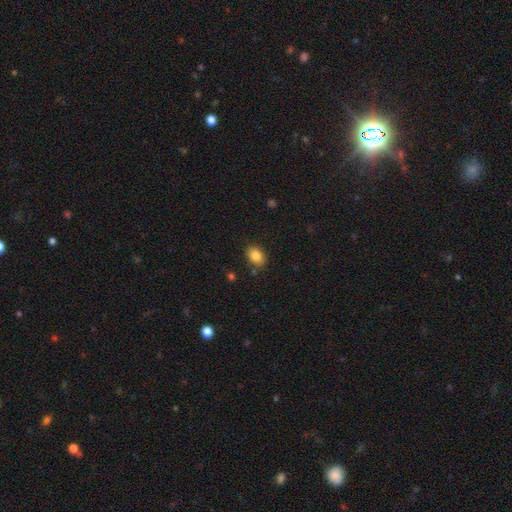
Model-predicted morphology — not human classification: A smooth galaxy with no disk features (85%) that is in between round and cigar-shaped (79%).

Vote fractions:
- Smooth or featured? smooth: 85% / star or artifact: 9% / featured or disk: 6%
- How rounded? in between: 79% / round: 20% / cigar-shaped: 1%
- Merging? none: 83% / minor disturbance: 11% / merger: 3% / major disturbance: 3%